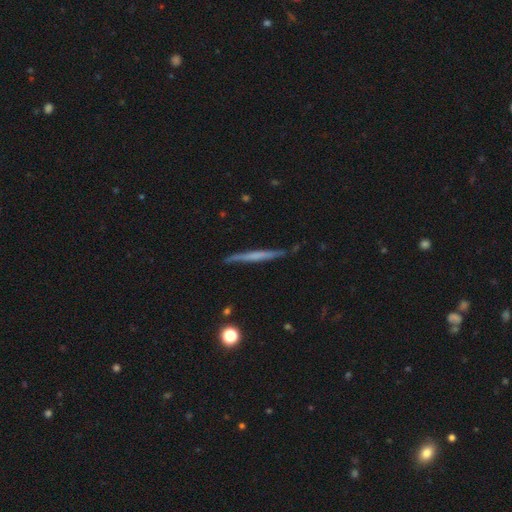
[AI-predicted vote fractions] Smooth or featured? Predicted: featured or disk (p=0.55). Edge-on disk? Predicted: yes (p=0.96). Edge-on bulge? Predicted: none (p=0.75). Merging? Predicted: none (p=0.85).